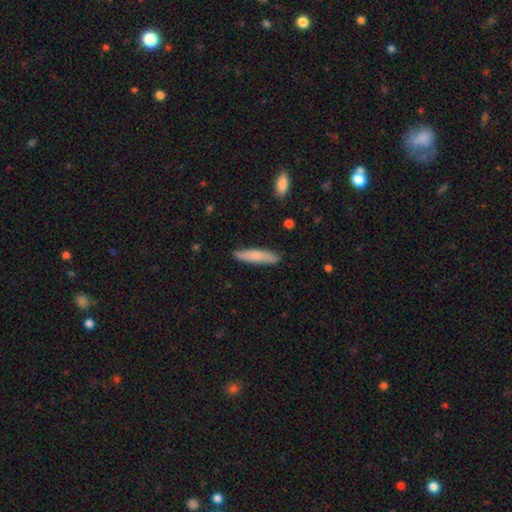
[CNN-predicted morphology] Smooth or featured?
  - smooth: 72% *
  - featured or disk: 22%
  - star or artifact: 5%
How rounded?
  - cigar-shaped: 82% *
  - in between: 17%
  - round: 2%
Merging?
  - none: 85% *
  - minor disturbance: 11%
  - major disturbance: 2%
  - merger: 1%